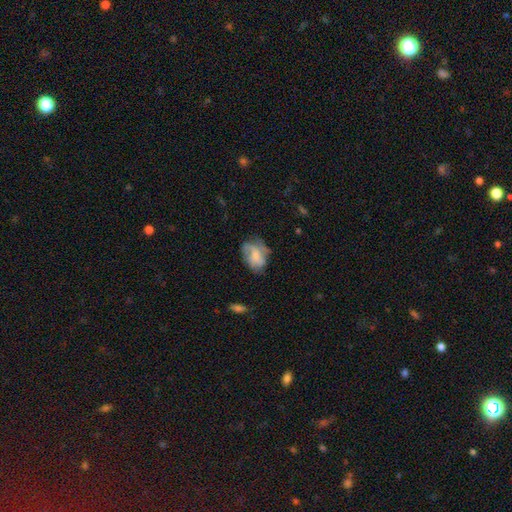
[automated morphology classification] Smooth or featured? featured or disk (49%)
Merging? none (51%)